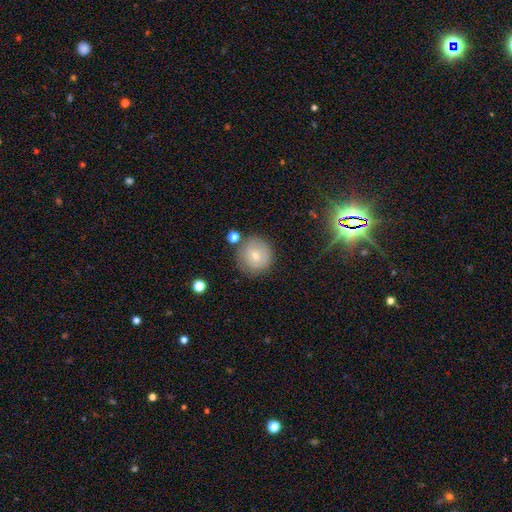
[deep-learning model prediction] Smooth or featured: smooth — 70% (featured or disk — 21%)
How rounded: round — 93% (in between — 6%)
Merging: none — 76% (minor disturbance — 15%)